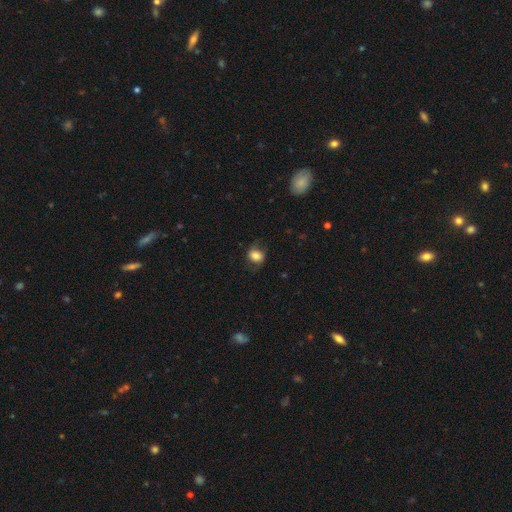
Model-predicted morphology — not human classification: Smooth or featured: smooth — 78% (featured or disk — 13%)
How rounded: round — 54% (in between — 45%)
Merging: none — 70% (minor disturbance — 20%)